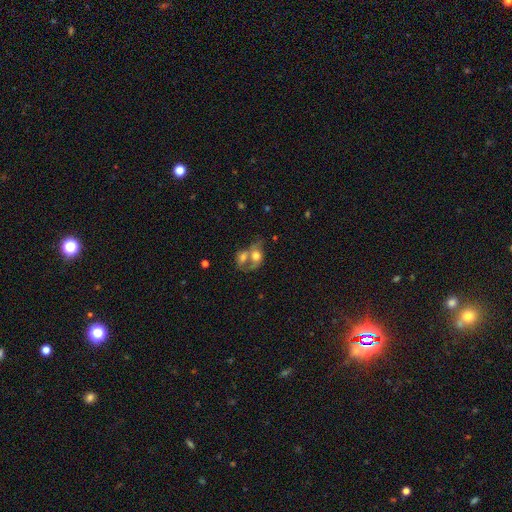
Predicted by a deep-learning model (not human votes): Overall: smooth (51%; featured or disk 40%). How rounded: in between (64%; round 34%). Merging: merger (72%).